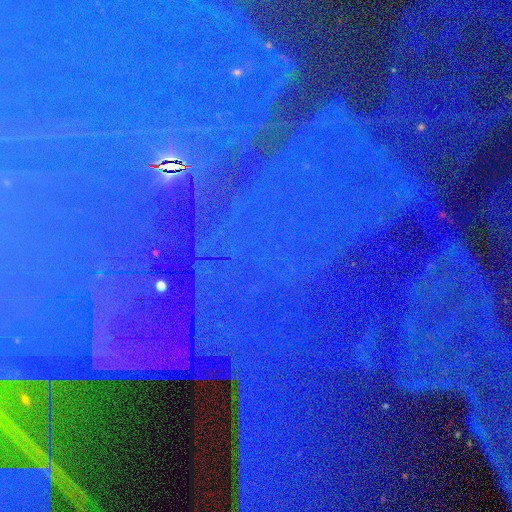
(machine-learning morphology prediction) smooth-or-featured: star or artifact: 85% | featured or disk: 8% | smooth: 7%